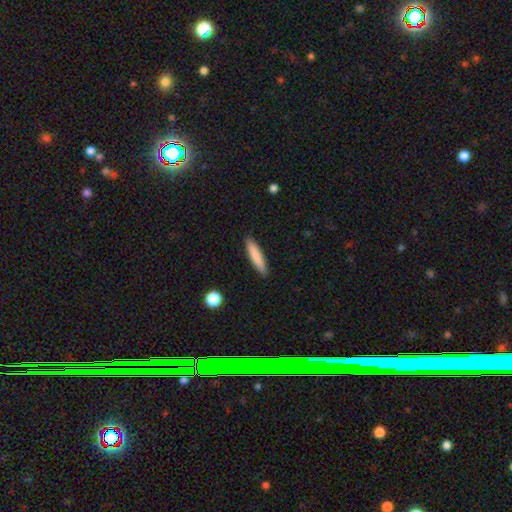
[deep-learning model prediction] Smooth or featured? smooth (82%)
How rounded? cigar-shaped (86%)
Merging? none (90%)